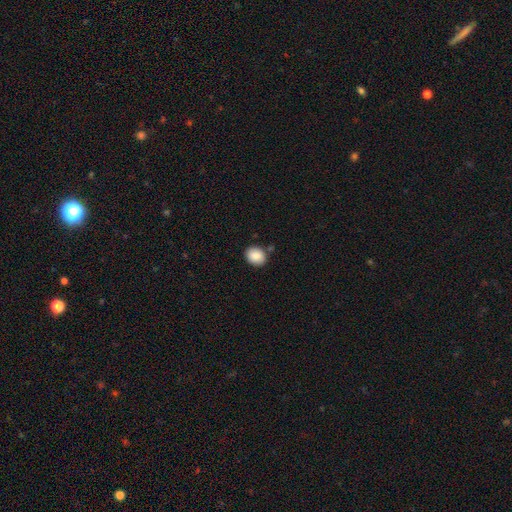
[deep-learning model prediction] Overall: smooth (88%). How rounded: round (57%; in between 42%). Merging: none (82%).